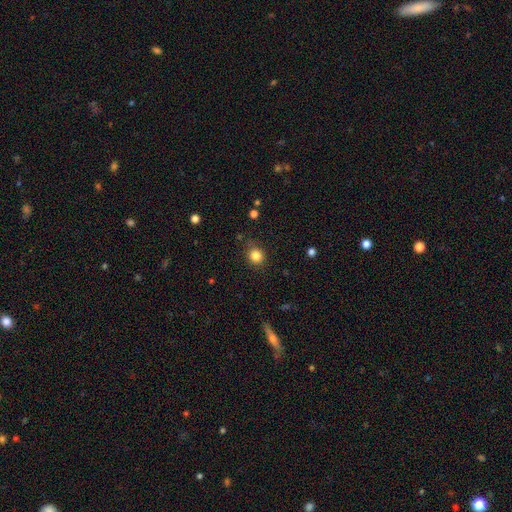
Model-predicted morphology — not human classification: The model was most divided on "how rounded": round: 81%, in between: 18%, cigar-shaped: 1%. More confident: smooth or featured — smooth (84%); merging — none (80%).